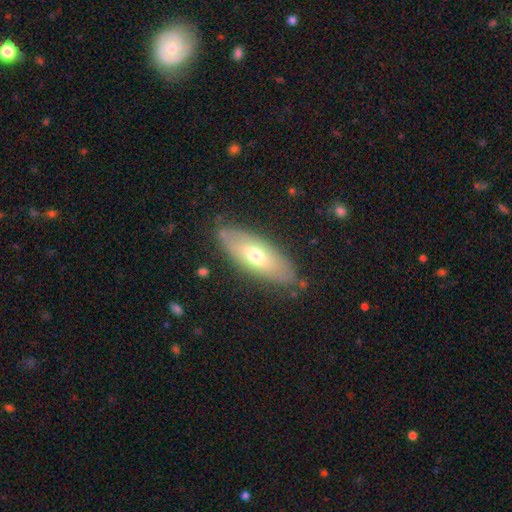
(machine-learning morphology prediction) This is possibly a smooth galaxy (54%). How rounded: likely in between (71%). Merging: clearly none (80%).